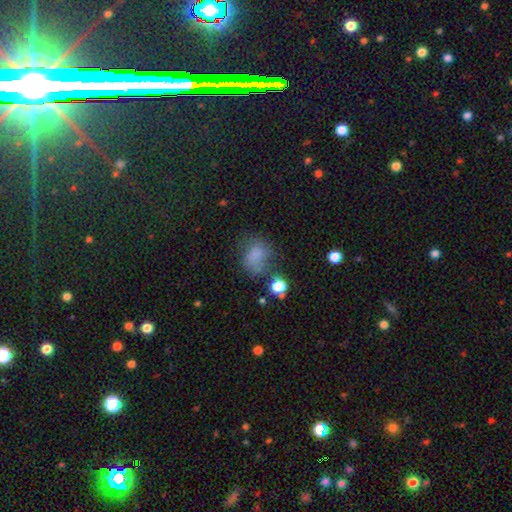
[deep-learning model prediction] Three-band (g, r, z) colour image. It shows a smooth galaxy with no disk features (73%) that is in between round and cigar-shaped (59%). Merging: none (43%).